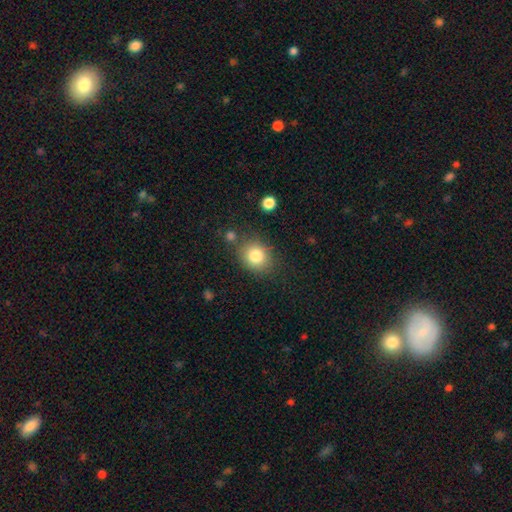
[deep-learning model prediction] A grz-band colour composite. It shows a smooth galaxy with no disk features (83%) that is round (63%). Merging: none (76%).